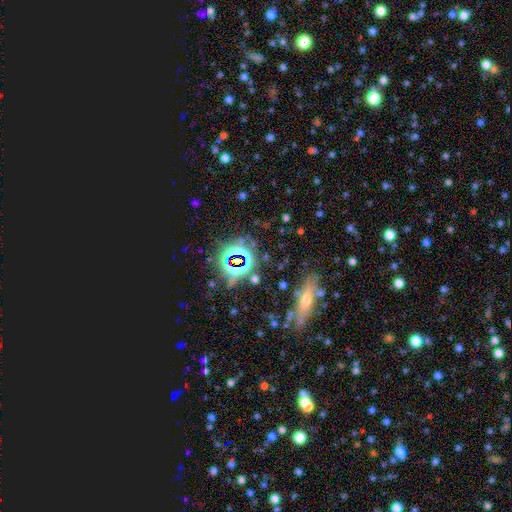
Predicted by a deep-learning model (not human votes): A star or artifact, not a galaxy (76%).